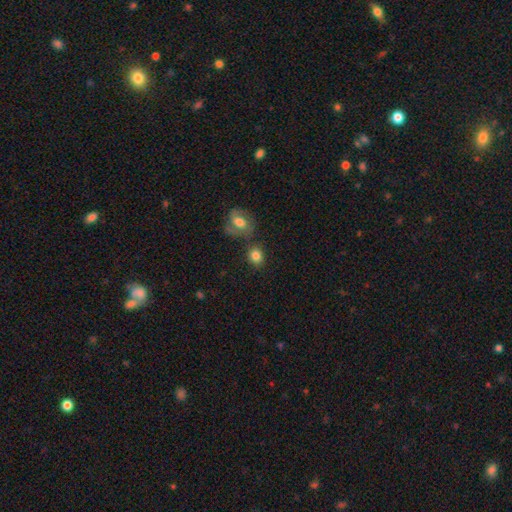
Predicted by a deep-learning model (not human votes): A smooth galaxy with no disk features (82%) that is round (62%).

Vote fractions:
- Smooth or featured? smooth: 82% / featured or disk: 10% / star or artifact: 8%
- How rounded? round: 62% / in between: 37% / cigar-shaped: 1%
- Merging? none: 66% / merger: 16% / minor disturbance: 13% / major disturbance: 5%